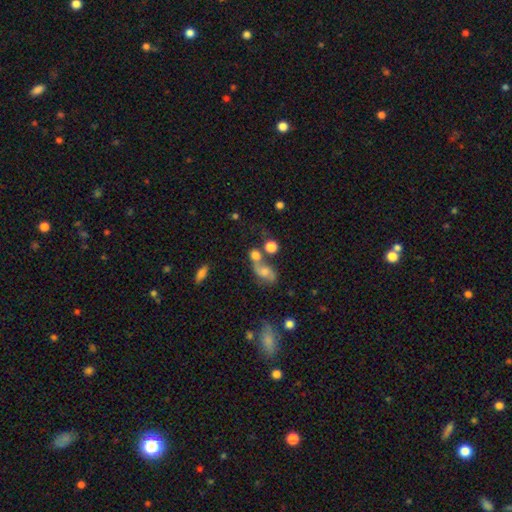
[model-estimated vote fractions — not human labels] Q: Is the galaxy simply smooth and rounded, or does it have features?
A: smooth — 63%.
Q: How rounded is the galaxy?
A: round — 71%.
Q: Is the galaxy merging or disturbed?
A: merger — 42%.